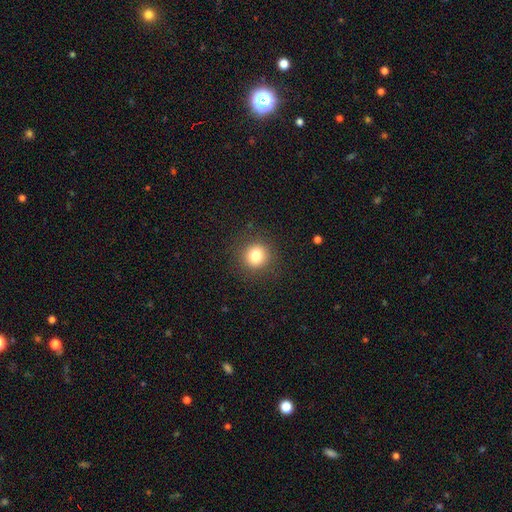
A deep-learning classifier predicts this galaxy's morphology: A smooth galaxy with no disk features (80%) that is round (93%).

Vote fractions:
- Smooth or featured? smooth: 80% / star or artifact: 12% / featured or disk: 8%
- How rounded? round: 93% / in between: 6% / cigar-shaped: 1%
- Merging? none: 90% / minor disturbance: 6% / major disturbance: 3% / merger: 1%